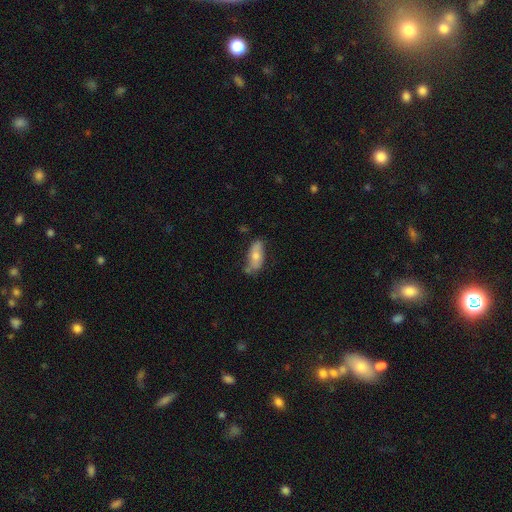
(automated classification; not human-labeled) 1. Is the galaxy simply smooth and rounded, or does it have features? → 63% smooth, 30% featured or disk, 7% star or artifact.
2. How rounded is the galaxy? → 79% in between, 18% cigar-shaped, 3% round.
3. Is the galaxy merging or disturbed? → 57% none, 29% minor disturbance, 8% major disturbance, 7% merger.